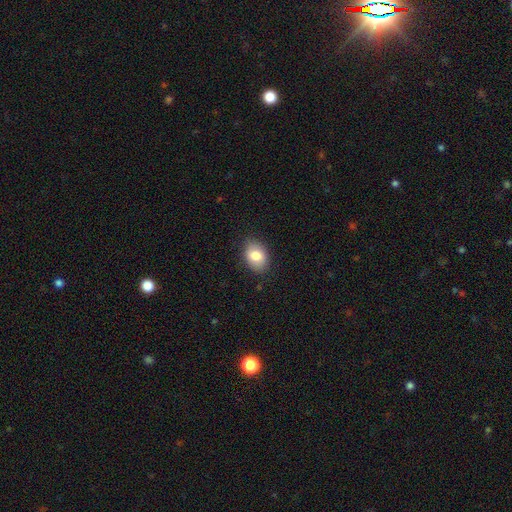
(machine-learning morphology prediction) This is clearly a smooth galaxy (81%). How rounded: likely in between (79%). Merging: clearly none (84%).